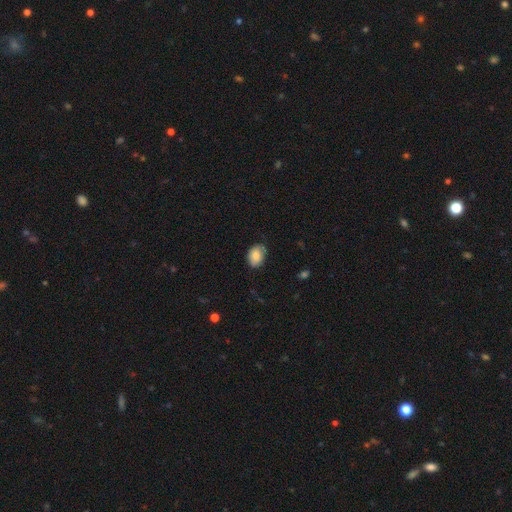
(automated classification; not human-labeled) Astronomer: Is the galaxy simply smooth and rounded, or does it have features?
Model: smooth — 83%.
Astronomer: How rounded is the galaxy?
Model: in between — 79%.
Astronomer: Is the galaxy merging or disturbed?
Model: none — 73%.